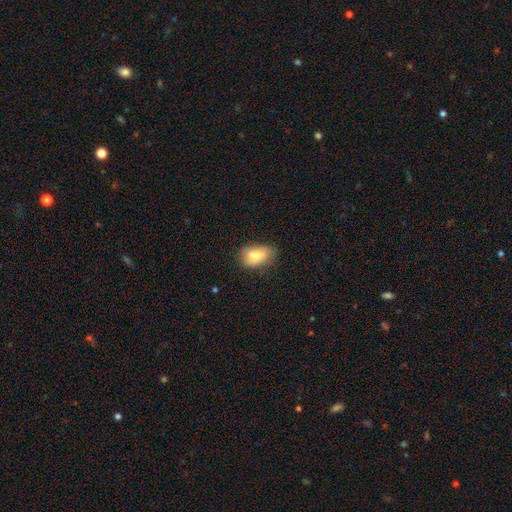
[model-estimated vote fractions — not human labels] smooth-or-featured: smooth: 71% | featured or disk: 20% | star or artifact: 9%
  how-rounded: in between: 84% | round: 13% | cigar-shaped: 3%
  merging: none: 48% | merger: 24% | minor disturbance: 21% | major disturbance: 7%